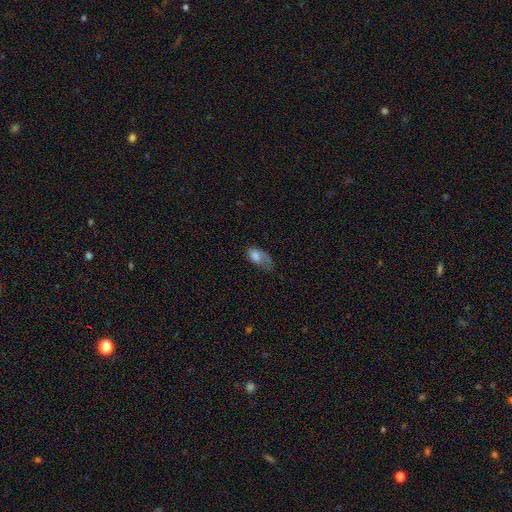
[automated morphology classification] Smooth or featured? Predicted: smooth (p=0.73). How rounded? Predicted: in between (p=0.91). Merging? Predicted: major disturbance (p=0.35).